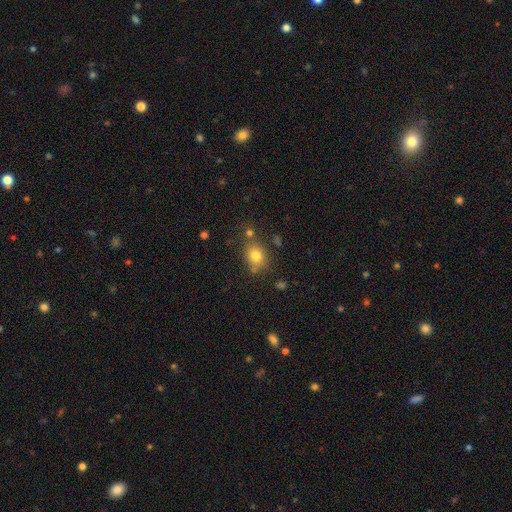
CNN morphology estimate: Q: Smooth or featured?
A: smooth (78%); runner-up: star or artifact (12%)
Q: How rounded?
A: in between (51%); runner-up: round (47%)
Q: Merging?
A: none (70%); runner-up: minor disturbance (15%)